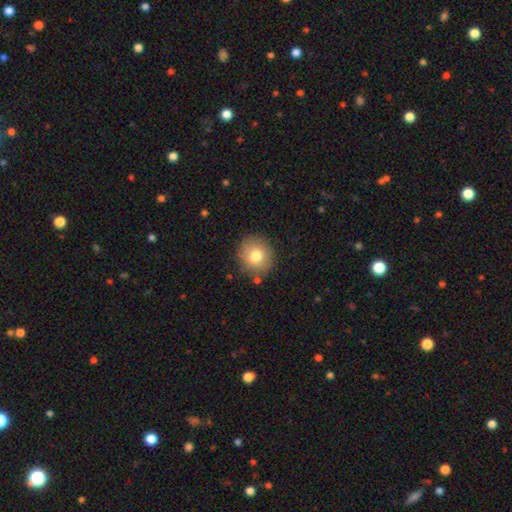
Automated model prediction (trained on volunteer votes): Overall: smooth (78%). How rounded: round (85%). Merging: none (84%).